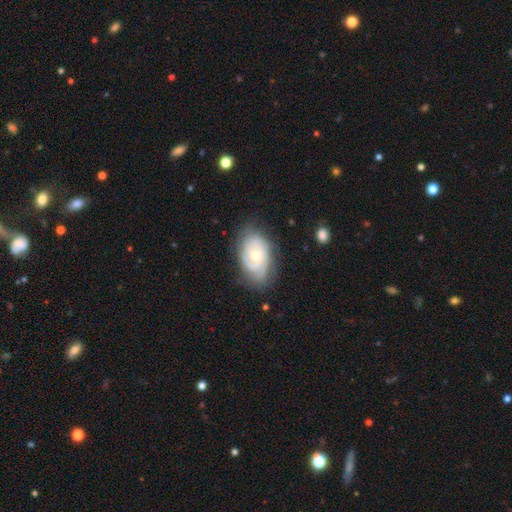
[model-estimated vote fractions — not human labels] Smooth or featured?
  - featured or disk: 74% *
  - smooth: 20%
  - star or artifact: 6%
Edge-on disk?
  - no: 96% *
  - yes: 4%
Bar?
  - no: 73% *
  - weak: 24%
  - strong: 3%
Spiral arms?
  - yes: 92% *
  - no: 8%
Spiral winding?
  - tight: 66% *
  - medium: 27%
  - loose: 7%
Spiral arm count?
  - can't tell: 38% *
  - 2: 26%
  - 3: 21%
  - 4: 7%
  - 1: 5%
  - more than 4: 4%
Bulge size?
  - small: 53% *
  - moderate: 42%
  - large: 2%
  - none: 2%
  - dominant: 1%
Merging?
  - none: 73% *
  - minor disturbance: 19%
  - major disturbance: 6%
  - merger: 1%